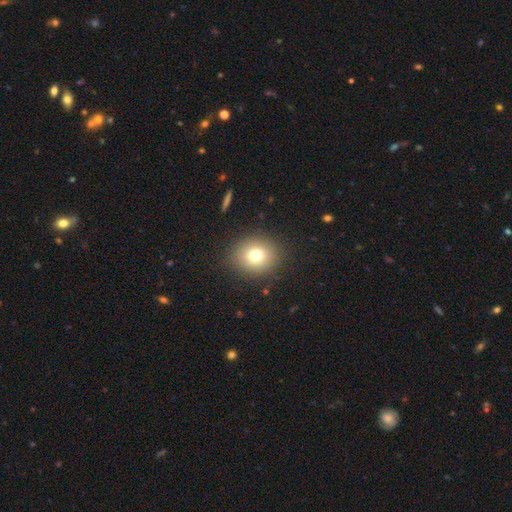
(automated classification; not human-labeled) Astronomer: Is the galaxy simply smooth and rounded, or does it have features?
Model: smooth — 75%.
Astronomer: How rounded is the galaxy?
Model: round — 75%.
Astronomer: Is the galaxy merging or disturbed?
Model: none — 88%.